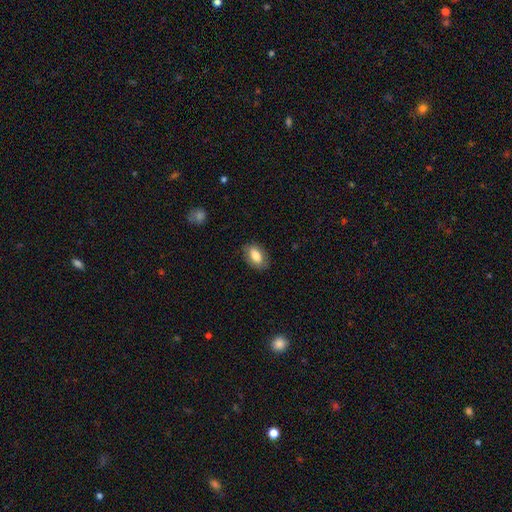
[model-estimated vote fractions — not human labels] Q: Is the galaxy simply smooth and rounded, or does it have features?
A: smooth — 79%.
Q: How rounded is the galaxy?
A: in between — 90%.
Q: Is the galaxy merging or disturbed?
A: none — 84%.